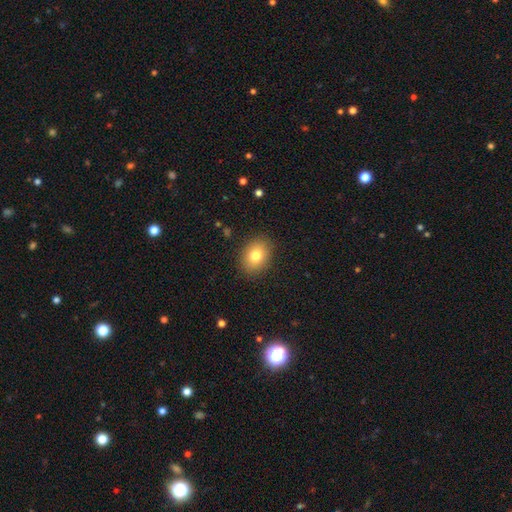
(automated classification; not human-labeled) Morphology: type=smooth (78%); roundness=in between (58%); merging=none (89%).